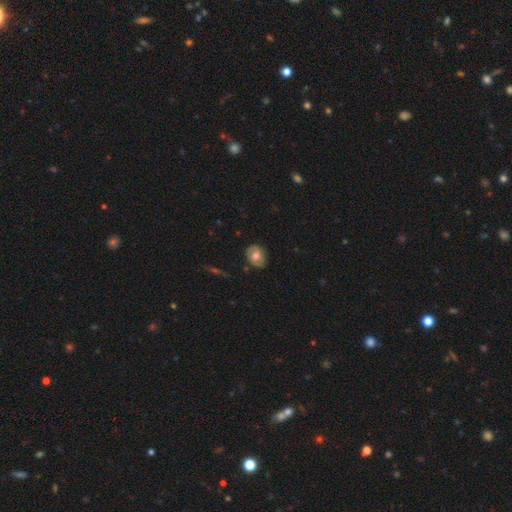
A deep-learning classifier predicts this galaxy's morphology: This appears to be a smooth galaxy with no disk features (56%) that is in between round and cigar-shaped (61%). Merging: none (76%).